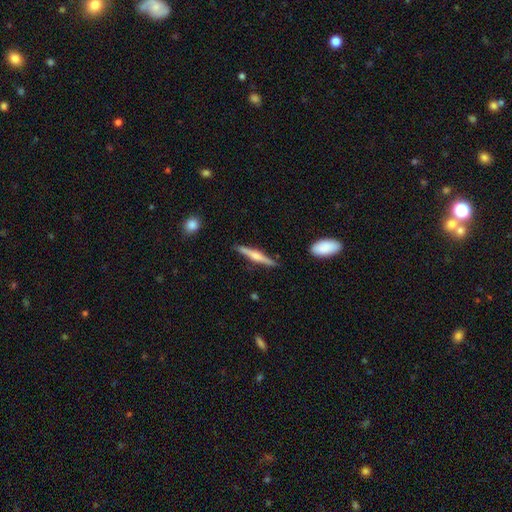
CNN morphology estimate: Smooth or featured? featured or disk (59%)
Edge-on disk? yes (97%)
Edge-on bulge? rounded (75%)
Merging? none (87%)